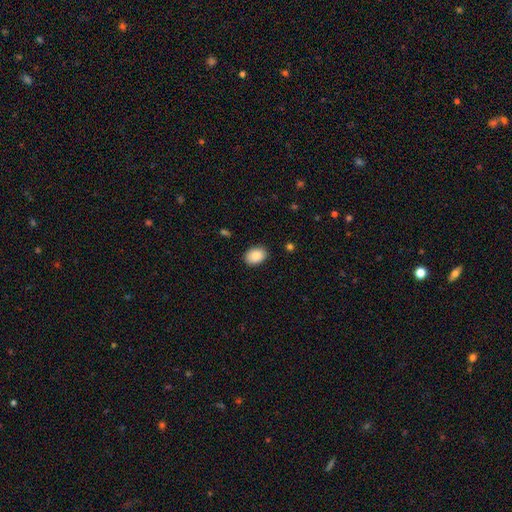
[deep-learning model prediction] Q: Smooth or featured?
A: smooth (89%); runner-up: star or artifact (7%)
Q: How rounded?
A: in between (79%); runner-up: round (20%)
Q: Merging?
A: none (87%); runner-up: minor disturbance (10%)